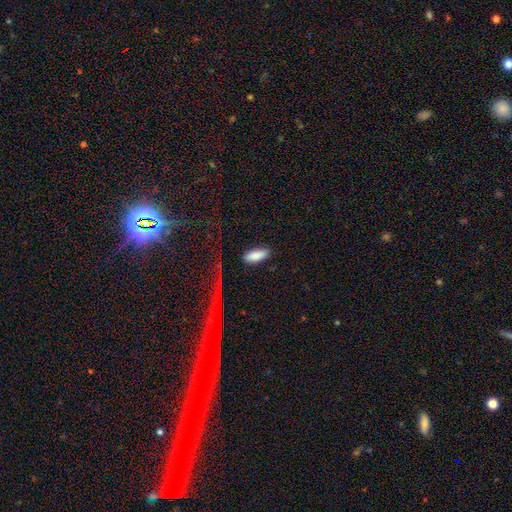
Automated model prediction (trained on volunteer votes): Morphology: type=smooth (86%); roundness=in between (76%); merging=none (82%).